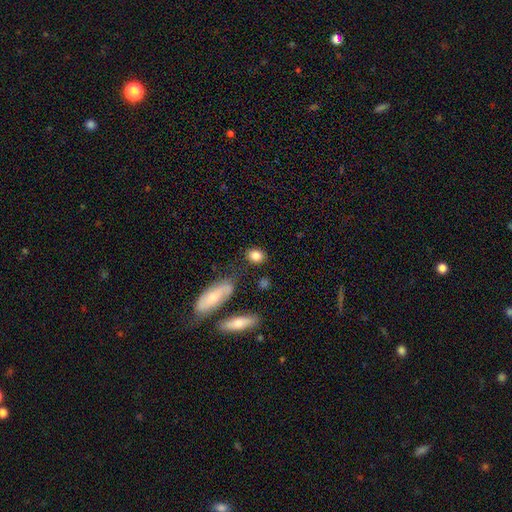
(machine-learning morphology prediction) A smooth galaxy with no disk features (83%) that is in between round and cigar-shaped (51%).

Vote fractions:
- Smooth or featured? smooth: 83% / star or artifact: 8% / featured or disk: 8%
- How rounded? in between: 51% / round: 46% / cigar-shaped: 3%
- Merging? none: 77% / minor disturbance: 12% / merger: 7% / major disturbance: 4%